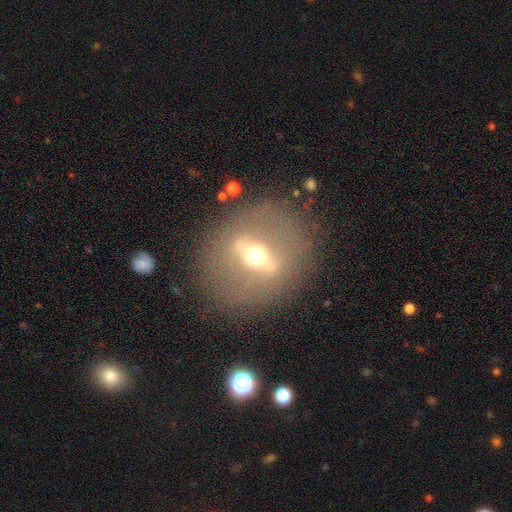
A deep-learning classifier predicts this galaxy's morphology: featured or disk 72%, smooth 19%, star or artifact 9%. Down the decision tree: edge-on disk — no (62%); merging — none (82%).